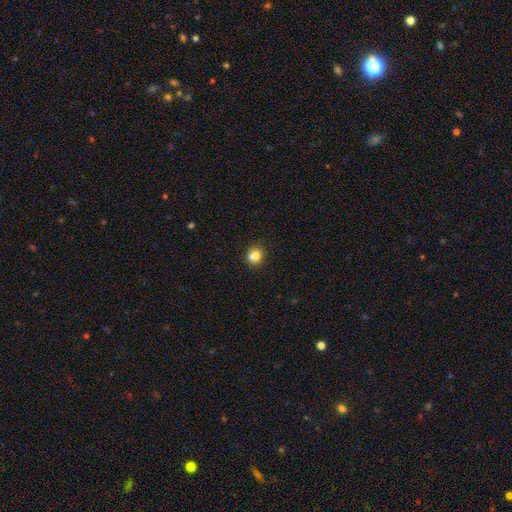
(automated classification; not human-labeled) Smooth or featured? smooth (81%)
How rounded? round (70%)
Merging? none (69%)